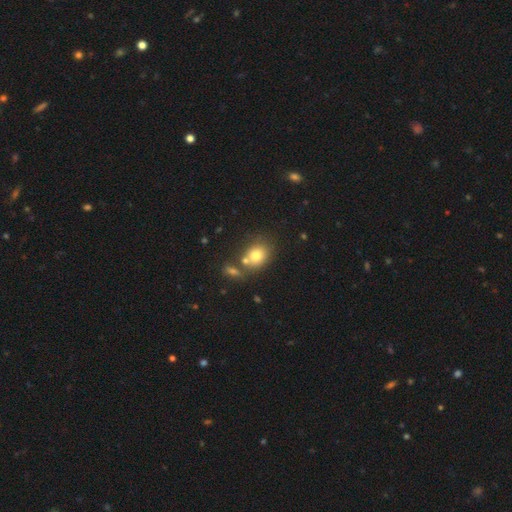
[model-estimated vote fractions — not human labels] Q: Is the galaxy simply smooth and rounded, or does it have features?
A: smooth — 76%.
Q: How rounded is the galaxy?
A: round — 53%.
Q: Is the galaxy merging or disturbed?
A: none — 53%.